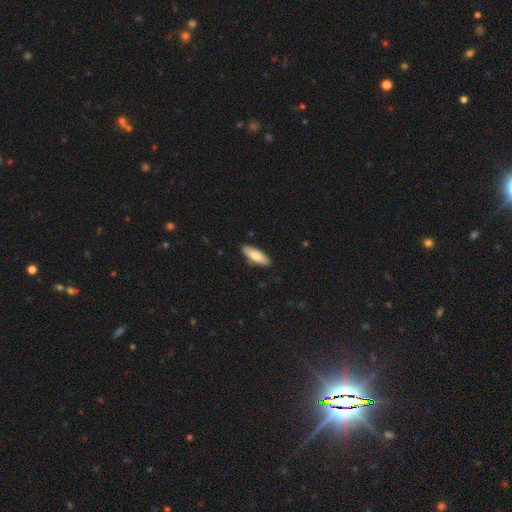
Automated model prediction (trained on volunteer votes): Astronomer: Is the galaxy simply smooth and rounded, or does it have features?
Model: smooth — 81%.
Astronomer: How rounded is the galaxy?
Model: in between — 55% (runner-up: cigar-shaped, 43%).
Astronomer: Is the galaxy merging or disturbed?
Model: none — 87%.